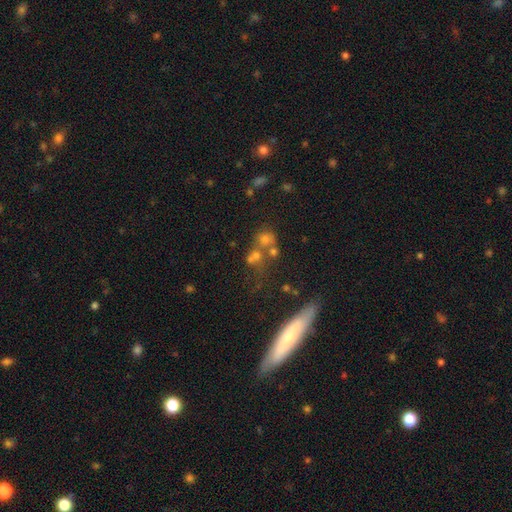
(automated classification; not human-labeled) Smooth or featured?
  - smooth: 49% *
  - featured or disk: 28%
  - star or artifact: 23%
Merging?
  - none: 57% *
  - merger: 23%
  - minor disturbance: 13%
  - major disturbance: 8%